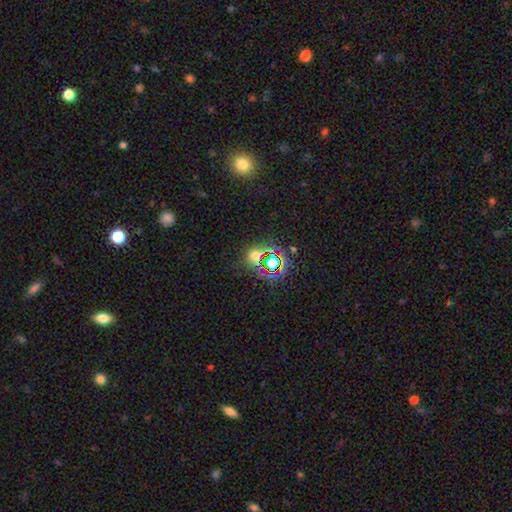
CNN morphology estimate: smooth-or-featured: star or artifact: 48% | smooth: 43% | featured or disk: 10%